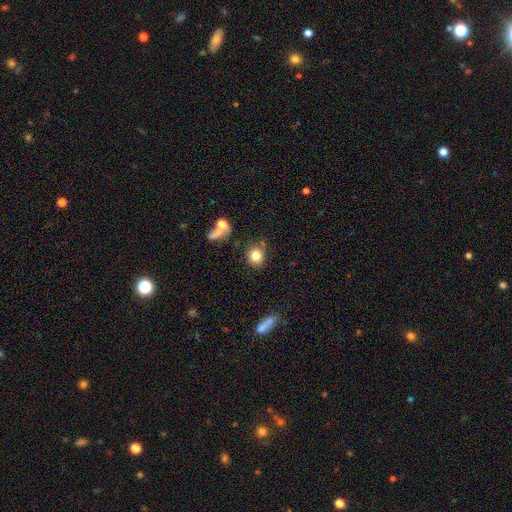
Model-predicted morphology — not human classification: Overall: smooth (81%). How rounded: round (80%). Merging: none (74%).